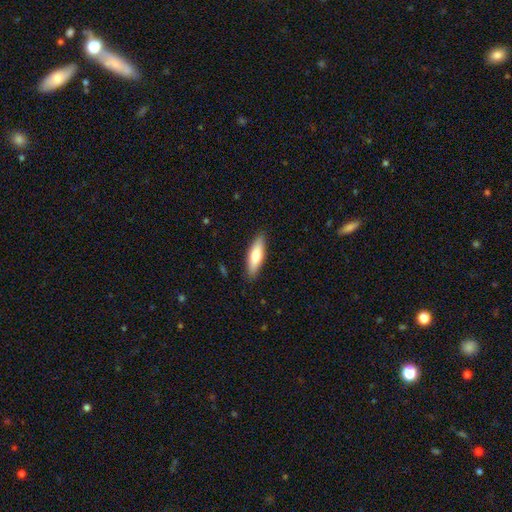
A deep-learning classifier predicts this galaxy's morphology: A smooth galaxy with no disk features (72%) that is cigar-shaped (54%).

Vote fractions:
- Smooth or featured? smooth: 72% / featured or disk: 23% / star or artifact: 5%
- How rounded? cigar-shaped: 54% / in between: 44% / round: 2%
- Merging? none: 88% / minor disturbance: 9% / major disturbance: 2% / merger: 1%